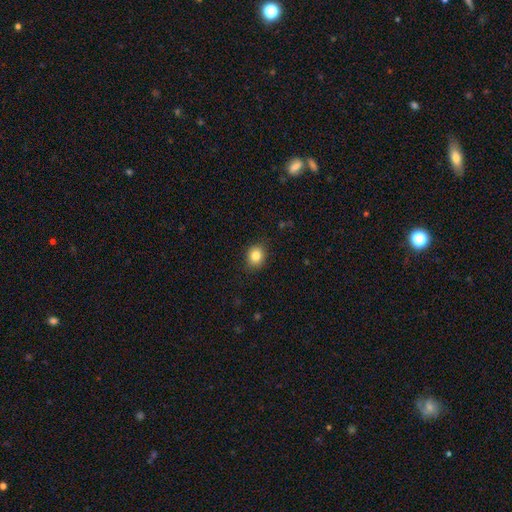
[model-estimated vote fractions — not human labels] Morphology: type=smooth (84%); roundness=round (66%); merging=none (87%).